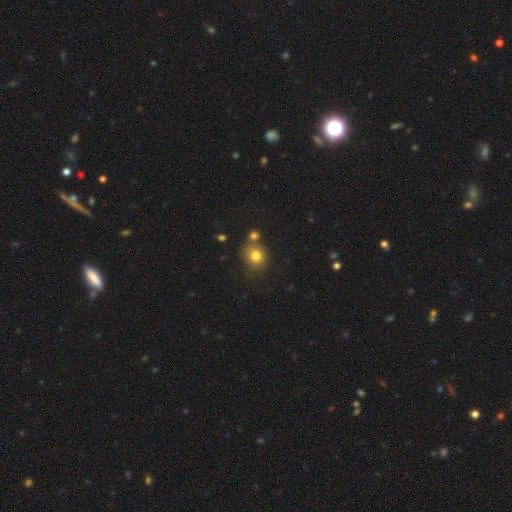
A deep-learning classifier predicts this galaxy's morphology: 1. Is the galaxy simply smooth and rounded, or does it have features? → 80% smooth, 12% star or artifact, 8% featured or disk.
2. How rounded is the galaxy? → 73% round, 27% in between, 1% cigar-shaped.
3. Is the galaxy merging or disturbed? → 66% none, 17% merger, 13% minor disturbance, 4% major disturbance.